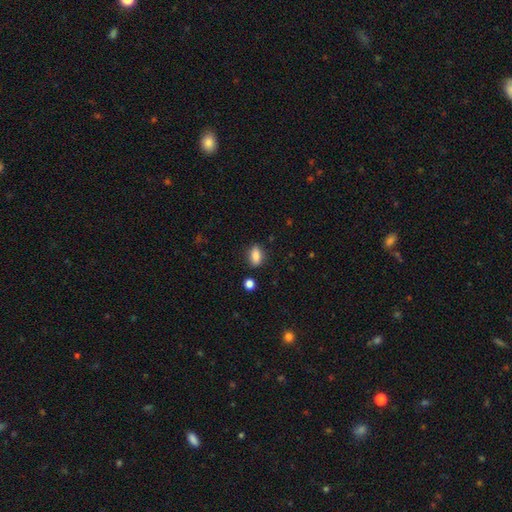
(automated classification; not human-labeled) smooth 84%, star or artifact 8%, featured or disk 7%. Down the decision tree: how rounded — in between (82%); merging — none (83%).